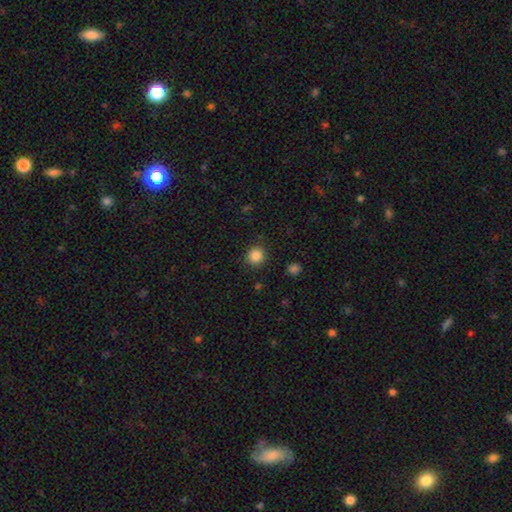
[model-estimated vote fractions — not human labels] A smooth galaxy with no disk features (86%) that is round (87%). Merging: none (89%).